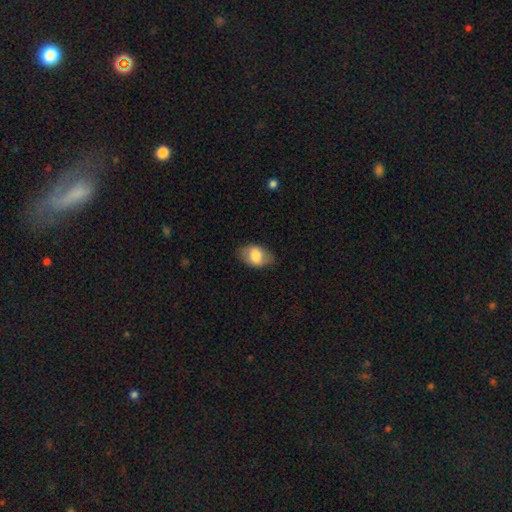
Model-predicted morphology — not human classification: smooth 74%, featured or disk 19%, star or artifact 7%. Down the decision tree: how rounded — in between (87%); merging — none (80%).